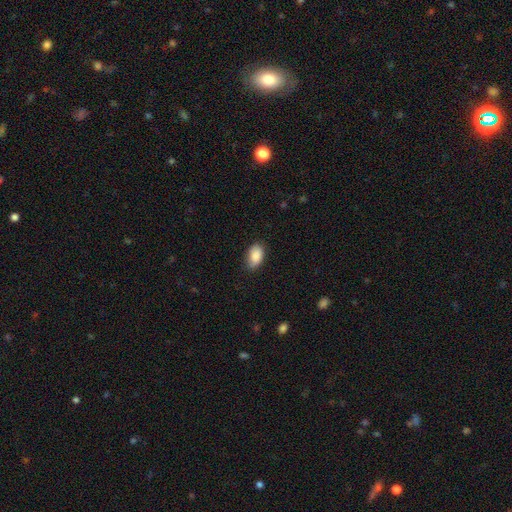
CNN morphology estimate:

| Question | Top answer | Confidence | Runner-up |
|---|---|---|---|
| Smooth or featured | smooth | 88% | star or artifact (7%) |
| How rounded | in between | 92% | round (7%) |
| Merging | none | 79% | minor disturbance (17%) |